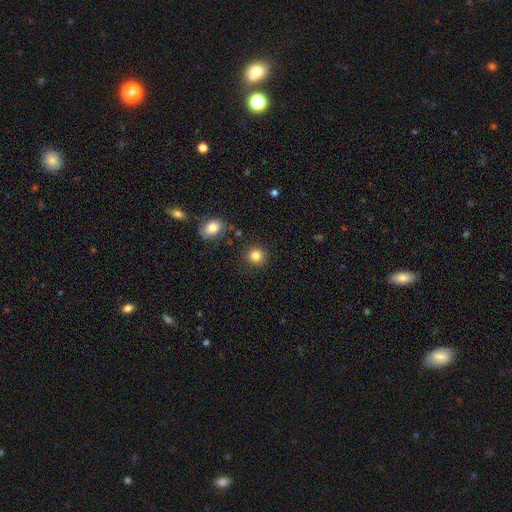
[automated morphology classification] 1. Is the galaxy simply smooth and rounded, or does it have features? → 84% smooth, 11% star or artifact, 5% featured or disk.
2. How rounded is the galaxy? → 90% round, 9% in between, 1% cigar-shaped.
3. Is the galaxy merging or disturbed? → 87% none, 8% minor disturbance, 3% merger, 3% major disturbance.